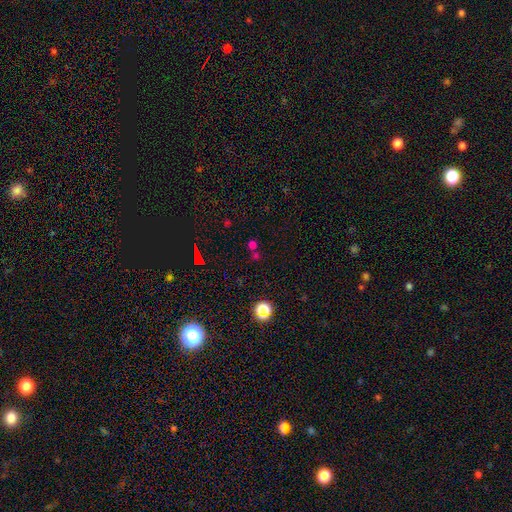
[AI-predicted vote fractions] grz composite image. It shows a smooth galaxy with no disk features (48%). Merging: none (60%).